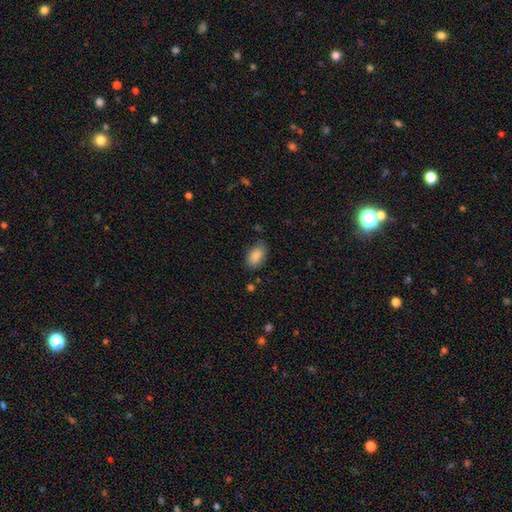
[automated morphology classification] smooth-or-featured: smooth: 88% | star or artifact: 7% | featured or disk: 5%
  how-rounded: in between: 93% | round: 5% | cigar-shaped: 2%
  merging: none: 76% | minor disturbance: 18% | major disturbance: 4% | merger: 2%